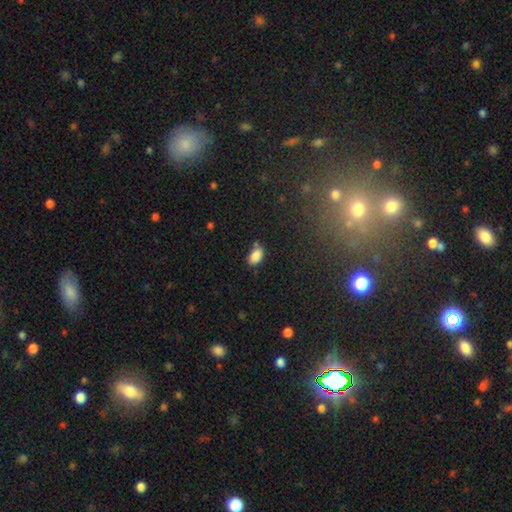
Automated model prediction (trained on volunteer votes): Smooth or featured: smooth — 87% (star or artifact — 8%)
How rounded: in between — 92% (round — 6%)
Merging: none — 69% (minor disturbance — 19%)